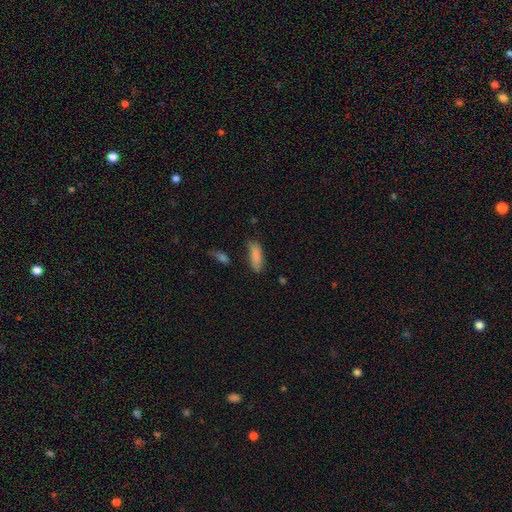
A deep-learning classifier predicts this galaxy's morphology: Smooth or featured? smooth (85%)
How rounded? in between (65%)
Merging? none (67%)